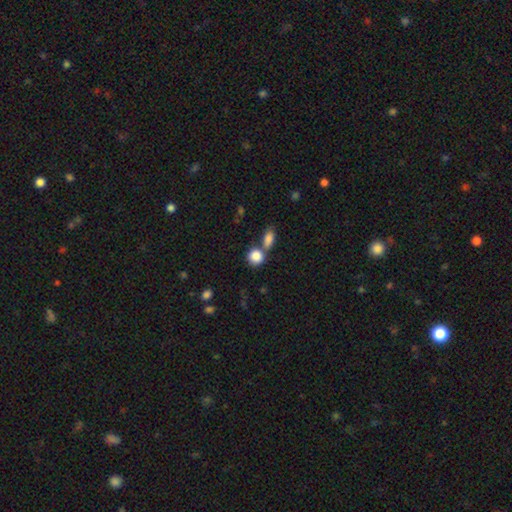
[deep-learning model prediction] Smooth or featured: smooth — 86% (star or artifact — 8%)
How rounded: round — 75% (in between — 23%)
Merging: none — 45% (merger — 43%)